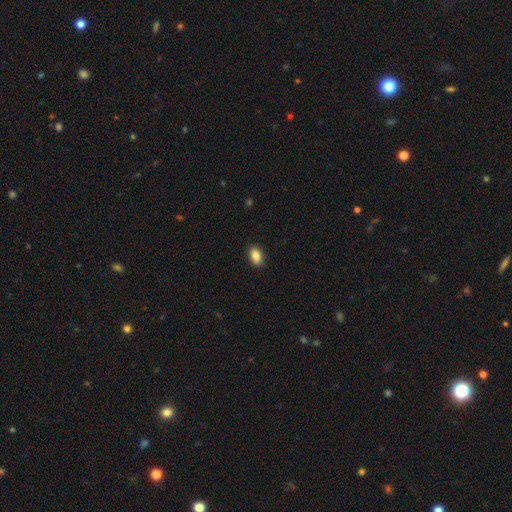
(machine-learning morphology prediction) Overall: smooth (86%). How rounded: in between (87%). Merging: none (89%).